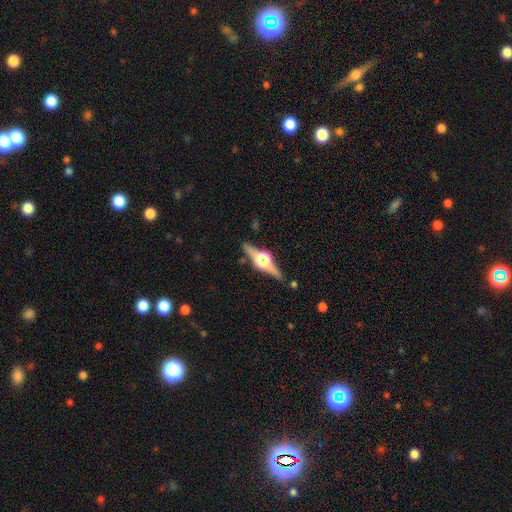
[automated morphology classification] smooth-or-featured: featured or disk: 65% | smooth: 22% | star or artifact: 13%
  disk-edge-on: yes: 92% | no: 8%
    edge-on-bulge: rounded: 92% | boxy: 4% | none: 3%
  merging: none: 84% | minor disturbance: 9% | merger: 4% | major disturbance: 3%